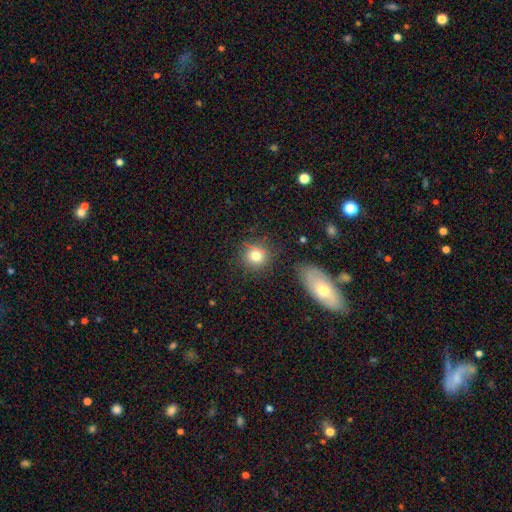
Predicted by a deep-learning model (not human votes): smooth 79%, star or artifact 12%, featured or disk 9%. Down the decision tree: how rounded — round (88%); merging — none (81%).